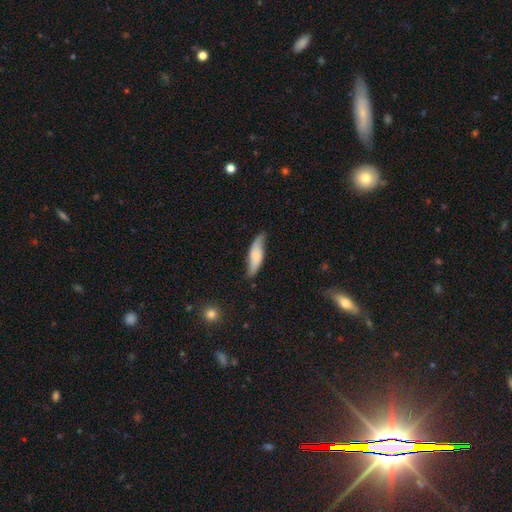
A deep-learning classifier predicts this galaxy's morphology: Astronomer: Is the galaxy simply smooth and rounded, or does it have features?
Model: smooth — 59%.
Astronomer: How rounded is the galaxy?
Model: cigar-shaped — 52% (runner-up: in between, 46%).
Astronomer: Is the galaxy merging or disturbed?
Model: none — 65%.